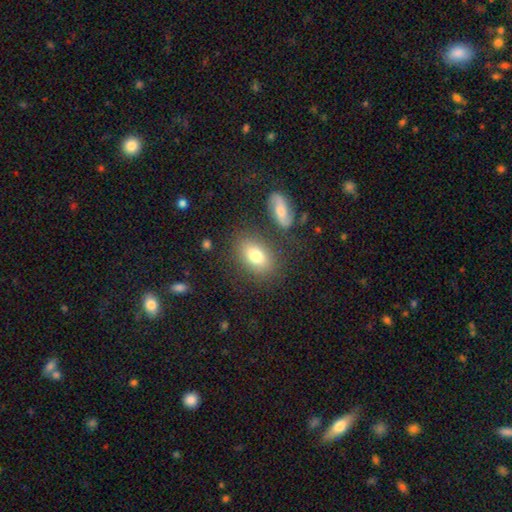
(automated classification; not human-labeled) The model was most divided on "smooth or featured": smooth: 77%, featured or disk: 15%, star or artifact: 9%. More confident: how rounded — in between (82%); merging — none (77%).